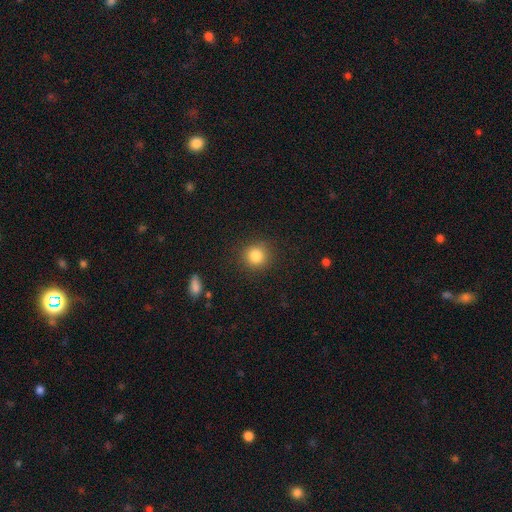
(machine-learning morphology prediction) A smooth galaxy with no disk features (84%) that is round (91%).

Vote fractions:
- Smooth or featured? smooth: 84% / star or artifact: 11% / featured or disk: 5%
- How rounded? round: 91% / in between: 8% / cigar-shaped: 1%
- Merging? none: 89% / minor disturbance: 7% / major disturbance: 3% / merger: 1%